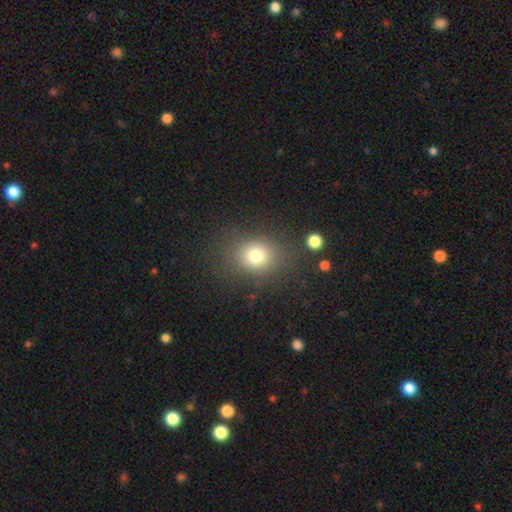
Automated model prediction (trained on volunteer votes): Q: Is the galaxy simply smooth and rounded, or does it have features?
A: smooth — 76%.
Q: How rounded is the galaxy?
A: round — 62%.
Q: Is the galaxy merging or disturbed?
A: none — 81%.